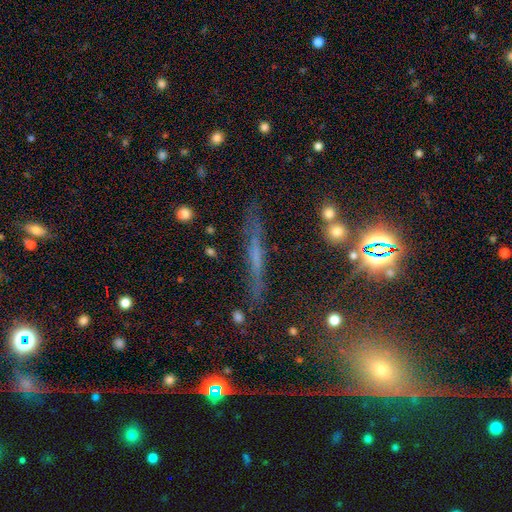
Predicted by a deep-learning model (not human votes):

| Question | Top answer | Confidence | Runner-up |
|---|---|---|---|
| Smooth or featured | featured or disk | 43% | smooth (36%) |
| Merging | none | 76% | minor disturbance (15%) |